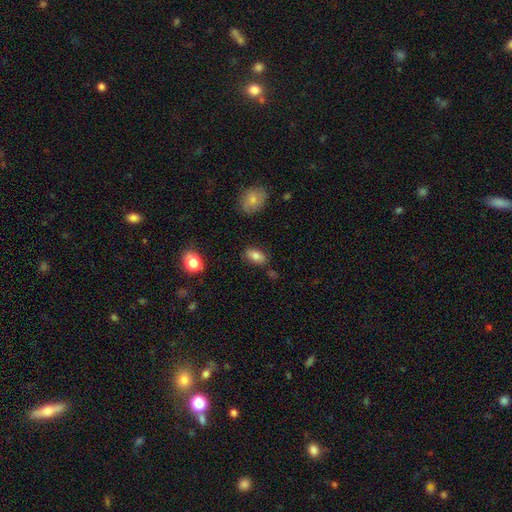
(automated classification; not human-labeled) Smooth or featured? smooth (80%)
How rounded? in between (89%)
Merging? none (81%)